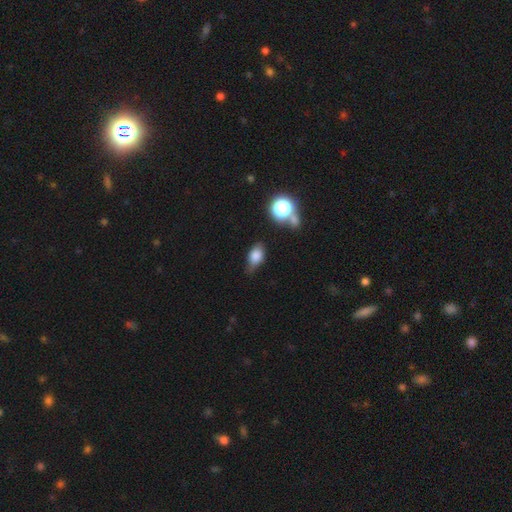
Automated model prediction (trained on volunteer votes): smooth 76%, featured or disk 12%, star or artifact 12%. Down the decision tree: how rounded — in between (81%); merging — none (57%).